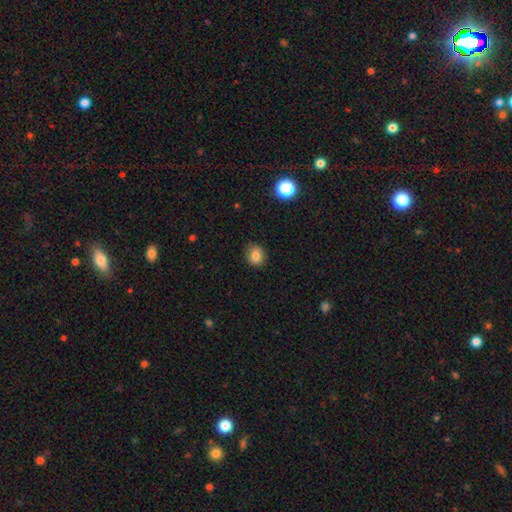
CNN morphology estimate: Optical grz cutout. It shows a smooth galaxy with no disk features (81%) that is round (63%). Merging: none (82%).